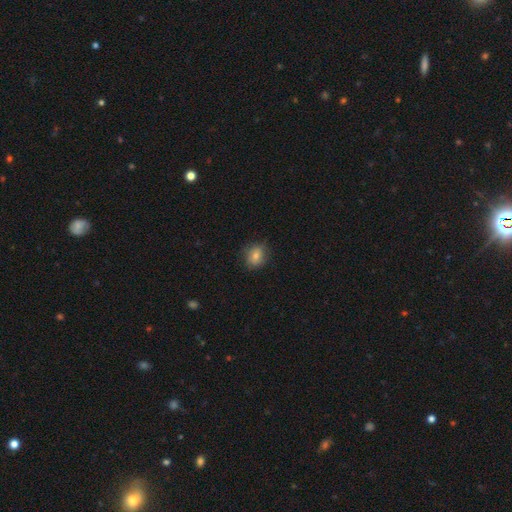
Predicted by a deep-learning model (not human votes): Overall: smooth (76%). How rounded: round (61%; in between 38%). Merging: none (79%).